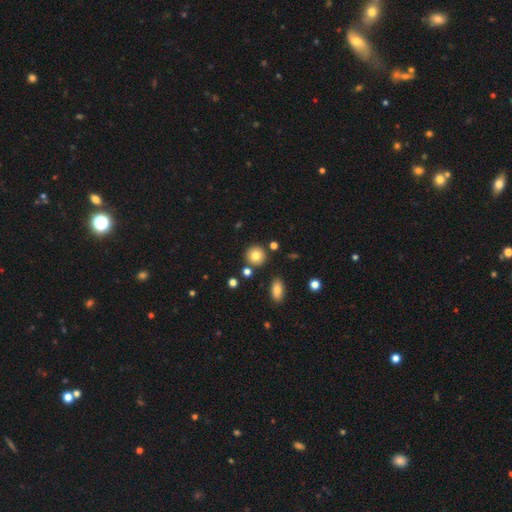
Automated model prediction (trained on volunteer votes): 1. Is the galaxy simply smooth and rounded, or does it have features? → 79% smooth, 10% star or artifact, 10% featured or disk.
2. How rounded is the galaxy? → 90% round, 9% in between, 1% cigar-shaped.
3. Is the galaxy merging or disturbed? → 84% none, 8% minor disturbance, 6% merger, 2% major disturbance.